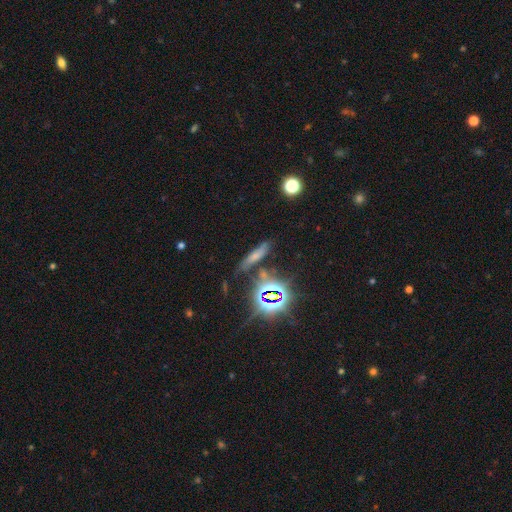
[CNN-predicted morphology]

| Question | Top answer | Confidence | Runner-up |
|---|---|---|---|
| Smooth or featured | smooth | 49% | star or artifact (32%) |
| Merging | none | 66% | minor disturbance (17%) |